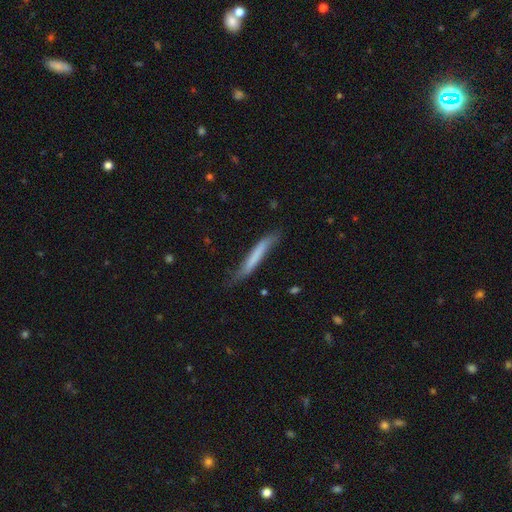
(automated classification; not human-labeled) The model was most divided on "merging": none: 63%, minor disturbance: 28%, major disturbance: 7%, merger: 2%. More confident: how rounded — cigar-shaped (95%); smooth or featured — smooth (65%).